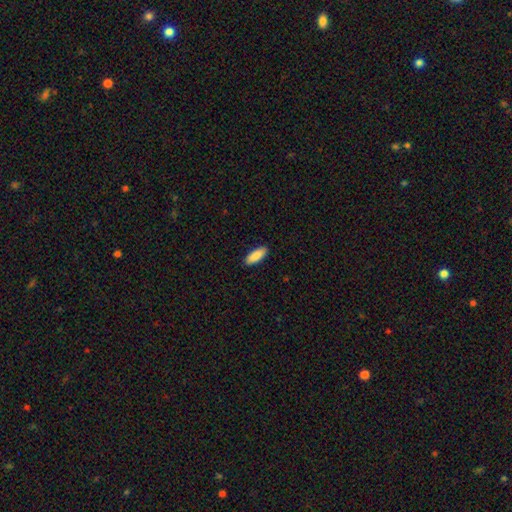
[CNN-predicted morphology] Smooth or featured: smooth — 89% (star or artifact — 5%)
How rounded: in between — 71% (cigar-shaped — 27%)
Merging: none — 90% (minor disturbance — 7%)